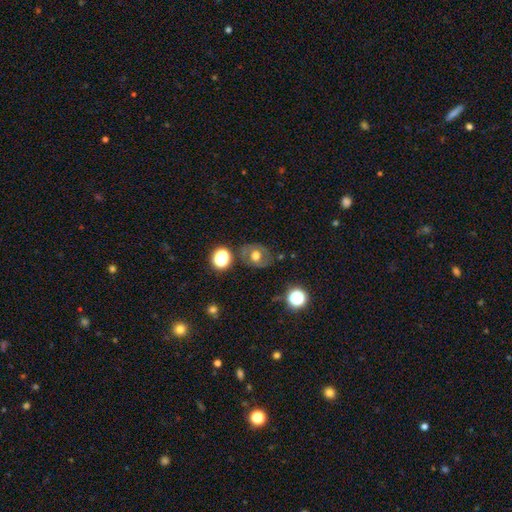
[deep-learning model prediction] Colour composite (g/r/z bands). It shows a smooth galaxy with no disk features (50%). Merging: none (73%).